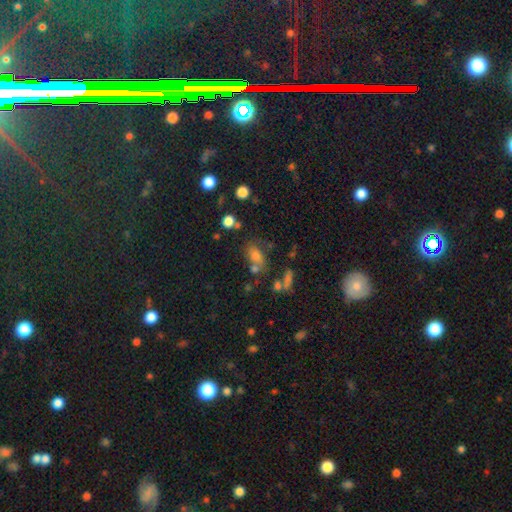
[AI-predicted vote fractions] This appears to be a smooth galaxy with no disk features (67%) that is in between round and cigar-shaped (73%). Merging: none (49%).